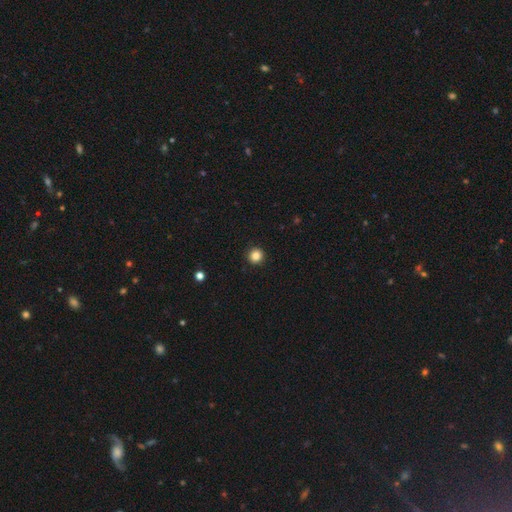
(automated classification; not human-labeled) smooth 85%, star or artifact 11%, featured or disk 4%. Down the decision tree: how rounded — round (94%); merging — none (93%).